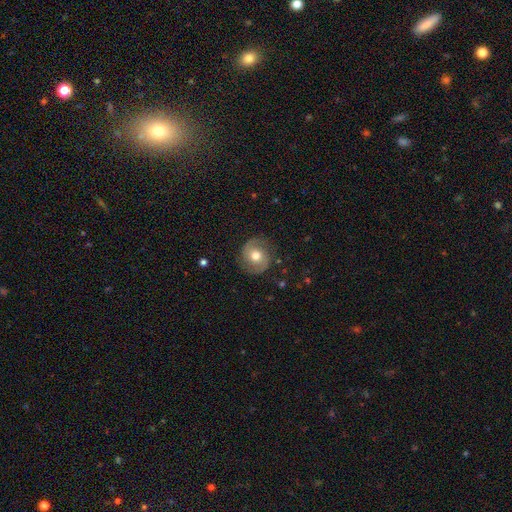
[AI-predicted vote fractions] Overall: featured or disk (67%). Edge-on disk: no (97%). Bar: no (63%; weak 29%). Spiral arms: yes (87%). Spiral arm count: 2 (90%). Spiral winding: medium (49%; tight 30%). Bulge size: moderate (75%). Merging: none (84%).